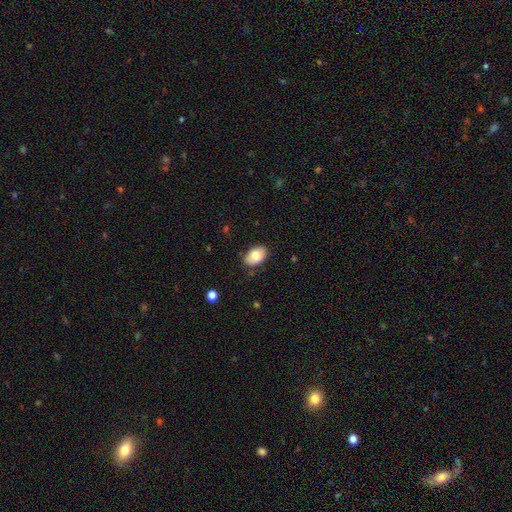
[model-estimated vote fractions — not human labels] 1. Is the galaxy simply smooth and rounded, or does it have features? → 79% smooth, 14% featured or disk, 7% star or artifact.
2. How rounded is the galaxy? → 90% in between, 9% round, 1% cigar-shaped.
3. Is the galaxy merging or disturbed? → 79% none, 16% minor disturbance, 3% major disturbance, 1% merger.